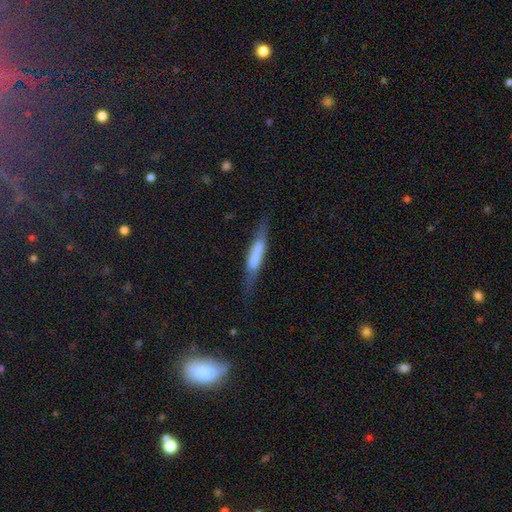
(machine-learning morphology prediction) smooth-or-featured: smooth: 51% | featured or disk: 42% | star or artifact: 7%
  how-rounded: cigar-shaped: 87% | in between: 11% | round: 2%
  merging: none: 72% | minor disturbance: 19% | major disturbance: 7% | merger: 2%